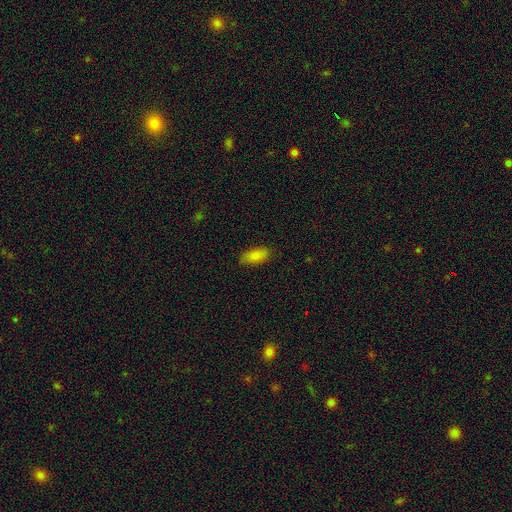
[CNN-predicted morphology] smooth_or_featured: smooth (p=0.85) [alt: star or artifact p=0.08]
how_rounded: in between (p=0.90) [alt: cigar-shaped p=0.08]
merging: none (p=0.83) [alt: minor disturbance p=0.14]